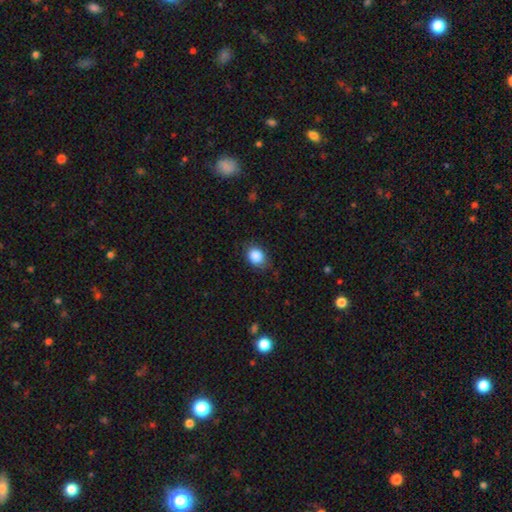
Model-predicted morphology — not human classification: Smooth or featured? Predicted: smooth (p=0.86). How rounded? Predicted: in between (p=0.54). Merging? Predicted: none (p=0.80).